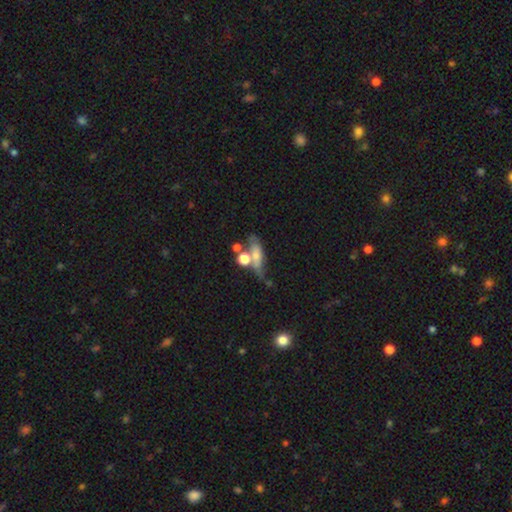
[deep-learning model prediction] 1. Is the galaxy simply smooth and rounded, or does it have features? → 55% smooth, 32% featured or disk, 13% star or artifact.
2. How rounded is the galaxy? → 48% in between, 36% cigar-shaped, 16% round.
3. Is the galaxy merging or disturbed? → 39% none, 28% merger, 19% minor disturbance, 15% major disturbance.